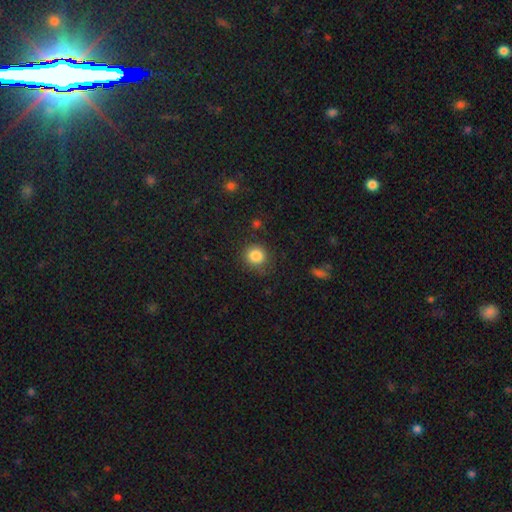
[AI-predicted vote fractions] A smooth galaxy with no disk features (85%) that is round (87%). Merging: none (80%).